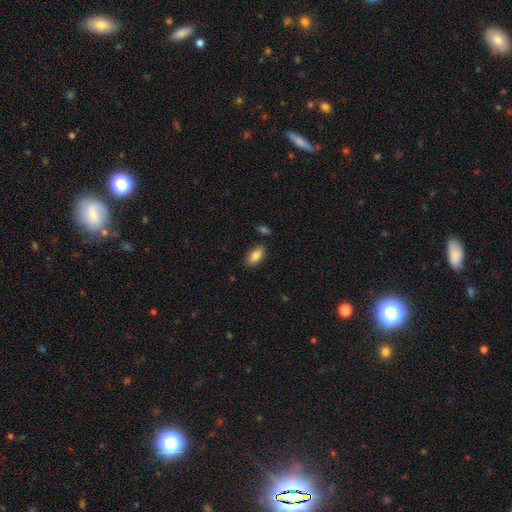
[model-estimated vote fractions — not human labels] Smooth or featured? smooth (84%)
How rounded? in between (87%)
Merging? none (85%)